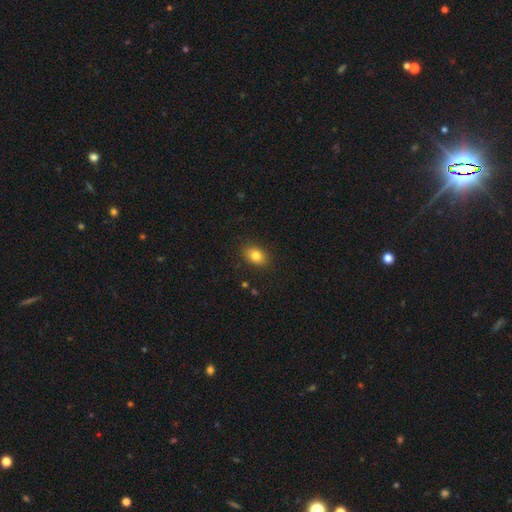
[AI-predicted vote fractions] Smooth or featured: smooth — 82% (star or artifact — 10%)
How rounded: in between — 76% (round — 22%)
Merging: none — 88% (minor disturbance — 9%)